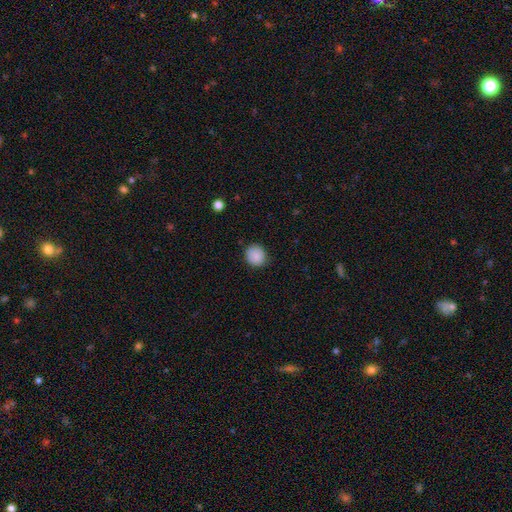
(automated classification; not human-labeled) smooth 87%, star or artifact 8%, featured or disk 5%. Down the decision tree: how rounded — round (83%); merging — none (85%).